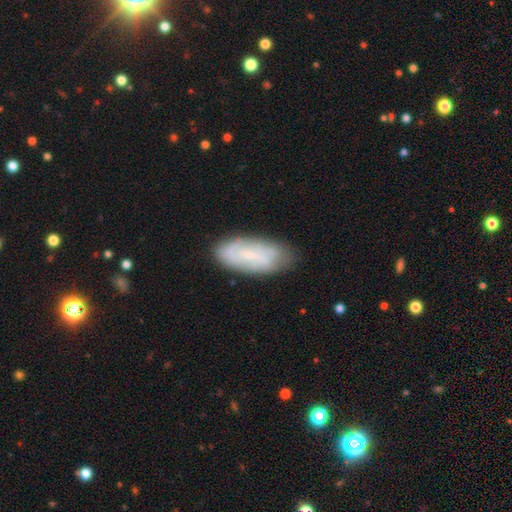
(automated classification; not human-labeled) A smooth galaxy with no disk features (54%) that is in between round and cigar-shaped (82%).

Vote fractions:
- Smooth or featured? smooth: 54% / featured or disk: 38% / star or artifact: 8%
- How rounded? in between: 82% / cigar-shaped: 16% / round: 2%
- Merging? none: 75% / minor disturbance: 18% / major disturbance: 4% / merger: 2%